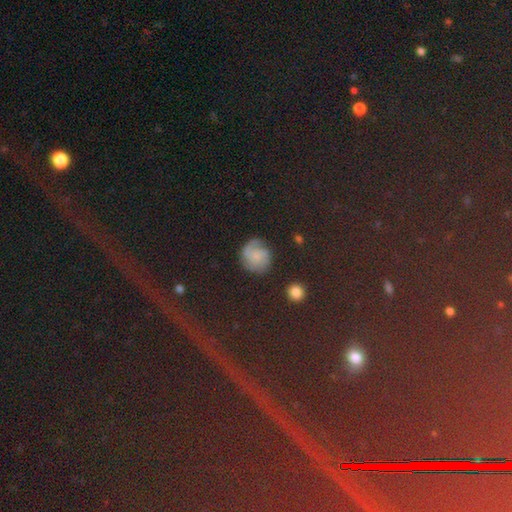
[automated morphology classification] A smooth galaxy with no disk features (46%).

Vote fractions:
- Smooth or featured? smooth: 46% / featured or disk: 38% / star or artifact: 16%
- Merging? none: 63% / minor disturbance: 22% / major disturbance: 12% / merger: 3%